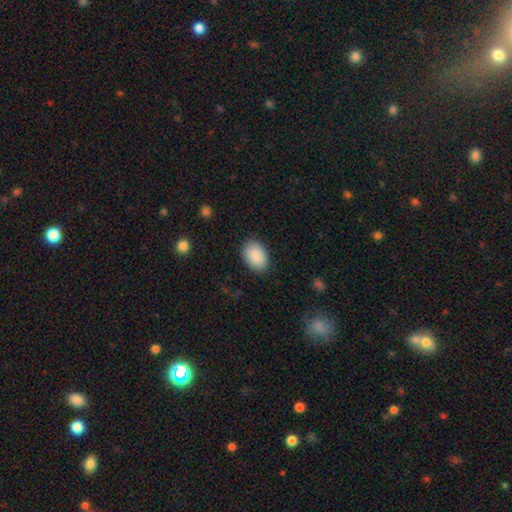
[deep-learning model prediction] smooth 90%, star or artifact 7%, featured or disk 3%. Down the decision tree: how rounded — in between (84%); merging — none (87%).